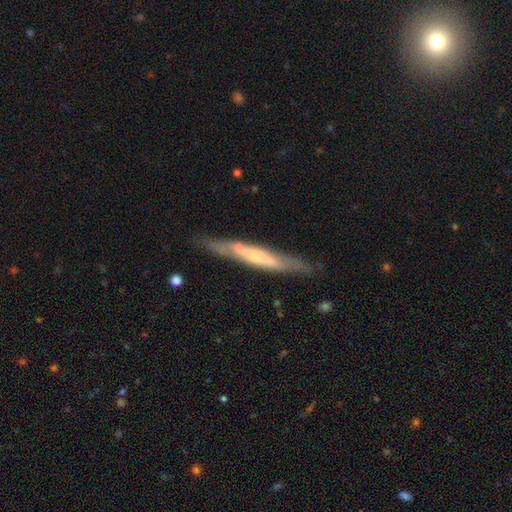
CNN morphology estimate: smooth_or_featured: featured or disk (p=0.68) [alt: smooth p=0.25]
disk_edge_on: yes (p=0.86) [alt: no p=0.14]
edge_on_bulge: none (p=0.45) [alt: rounded p=0.43]
merging: none (p=0.79) [alt: minor disturbance p=0.16]